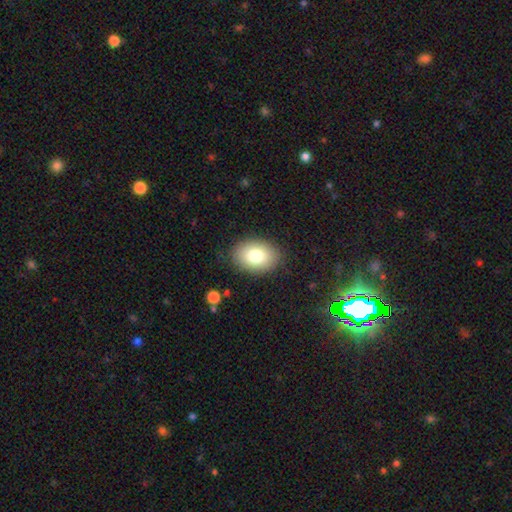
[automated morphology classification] Smooth or featured?
  - smooth: 81% *
  - featured or disk: 11%
  - star or artifact: 8%
How rounded?
  - in between: 81% *
  - round: 18%
  - cigar-shaped: 1%
Merging?
  - none: 87% *
  - minor disturbance: 9%
  - major disturbance: 3%
  - merger: 1%